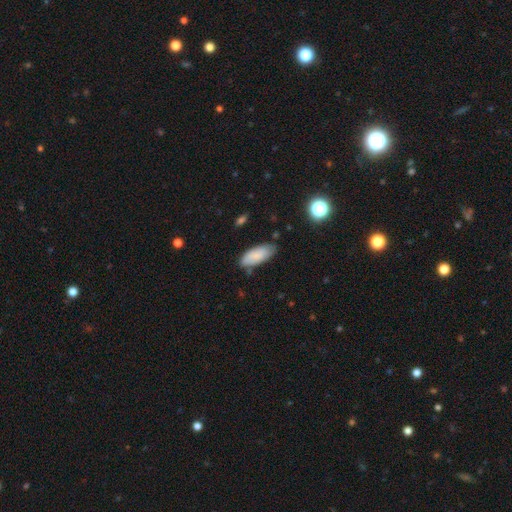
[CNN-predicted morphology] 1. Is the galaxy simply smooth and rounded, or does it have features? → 84% smooth, 9% featured or disk, 7% star or artifact.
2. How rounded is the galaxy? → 85% in between, 13% cigar-shaped, 2% round.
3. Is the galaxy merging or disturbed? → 71% none, 22% minor disturbance, 4% major disturbance, 3% merger.